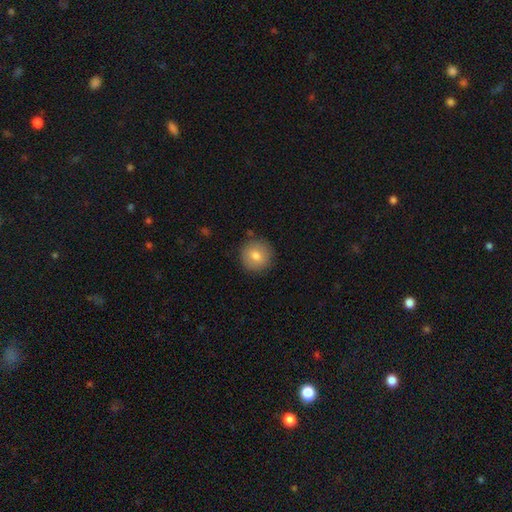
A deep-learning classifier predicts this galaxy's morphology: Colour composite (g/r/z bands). It shows a smooth galaxy with no disk features (78%) that is round (93%). Merging: none (88%).